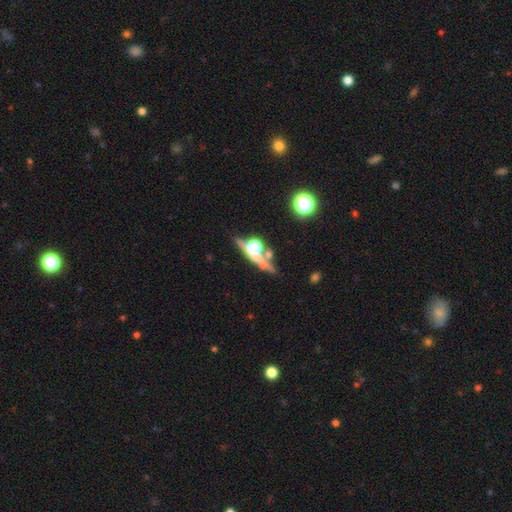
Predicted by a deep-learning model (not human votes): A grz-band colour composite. It shows a featured or disk galaxy (48%). Merging: none (51%).